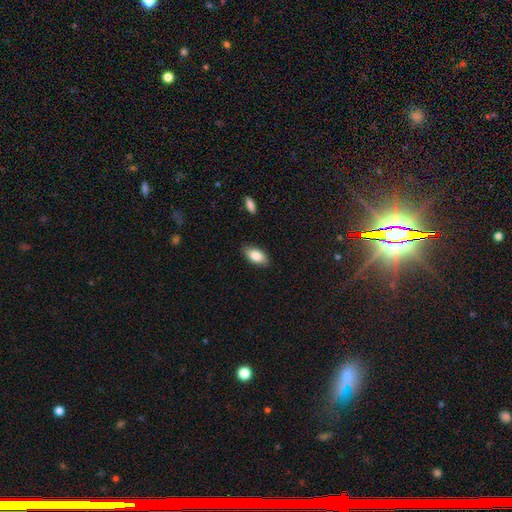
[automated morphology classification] Overall: smooth (84%). How rounded: in between (91%). Merging: none (85%).